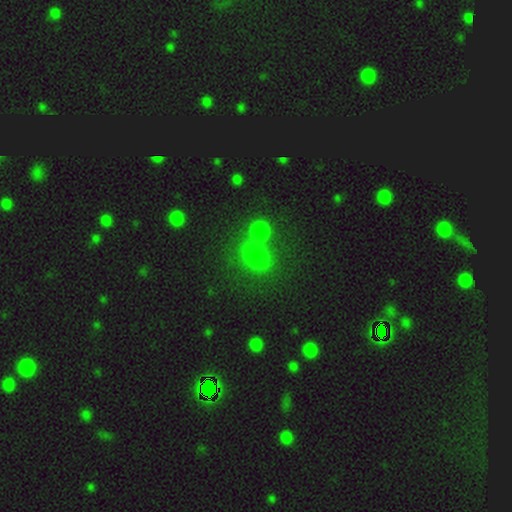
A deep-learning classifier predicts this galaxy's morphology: Q: Smooth or featured?
A: smooth (75%); runner-up: star or artifact (18%)
Q: How rounded?
A: round (64%); runner-up: in between (34%)
Q: Merging?
A: none (57%); runner-up: merger (27%)